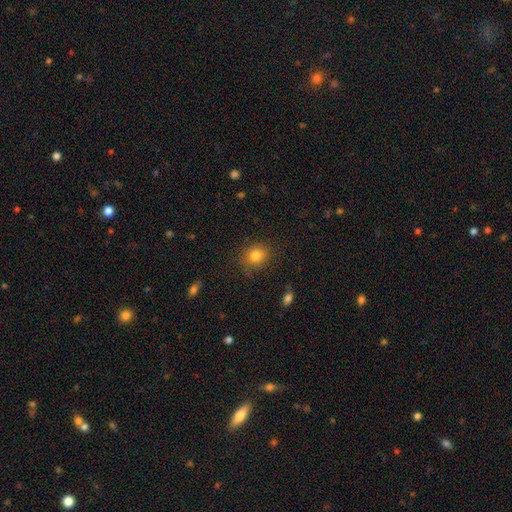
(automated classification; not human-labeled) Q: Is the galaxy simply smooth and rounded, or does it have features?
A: smooth — 81%.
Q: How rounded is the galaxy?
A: round — 72%.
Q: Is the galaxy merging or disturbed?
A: none — 81%.